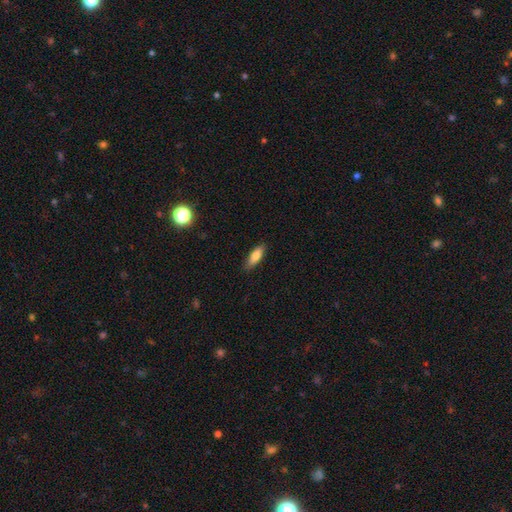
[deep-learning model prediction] Smooth or featured? Predicted: smooth (p=0.76). How rounded? Predicted: in between (p=0.56). Merging? Predicted: none (p=0.85).